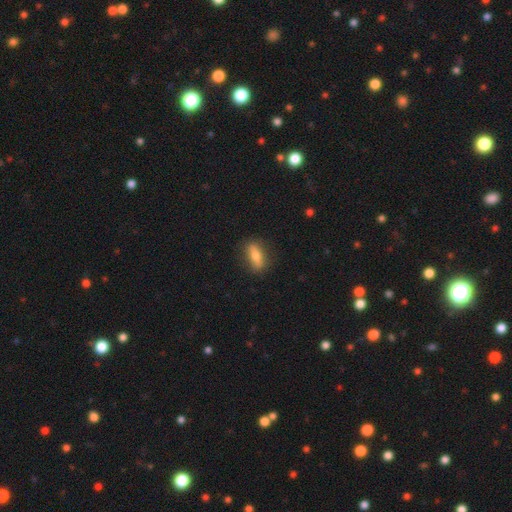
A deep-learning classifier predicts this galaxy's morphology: Q: Smooth or featured?
A: smooth (65%); runner-up: featured or disk (27%)
Q: How rounded?
A: in between (57%); runner-up: cigar-shaped (38%)
Q: Merging?
A: none (83%); runner-up: minor disturbance (12%)